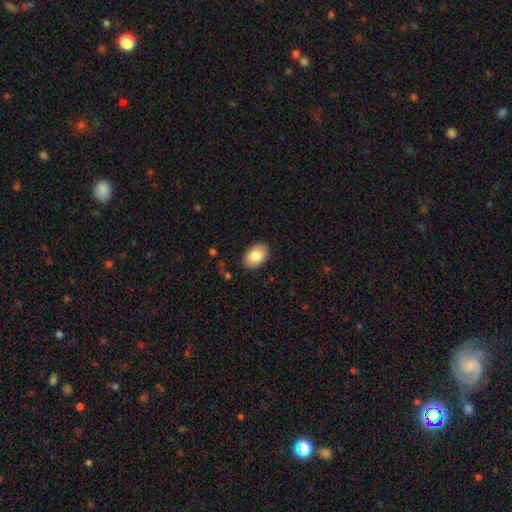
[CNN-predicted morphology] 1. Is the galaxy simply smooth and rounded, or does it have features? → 86% smooth, 8% featured or disk, 7% star or artifact.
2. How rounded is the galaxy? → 87% in between, 12% round, 1% cigar-shaped.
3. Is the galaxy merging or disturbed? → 87% none, 9% minor disturbance, 2% major disturbance, 1% merger.